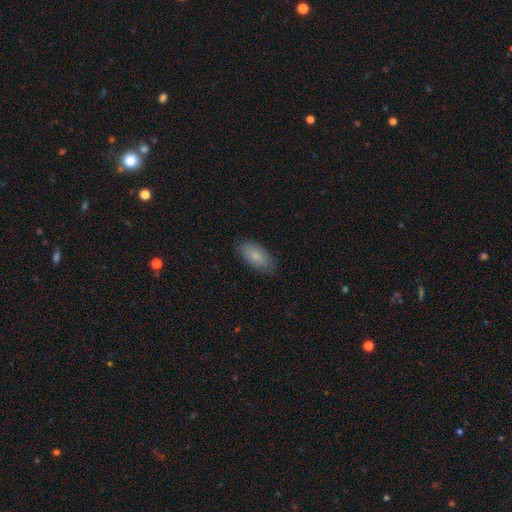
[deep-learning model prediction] Smooth or featured: smooth — 83% (featured or disk — 11%)
How rounded: in between — 92% (cigar-shaped — 6%)
Merging: none — 82% (minor disturbance — 14%)